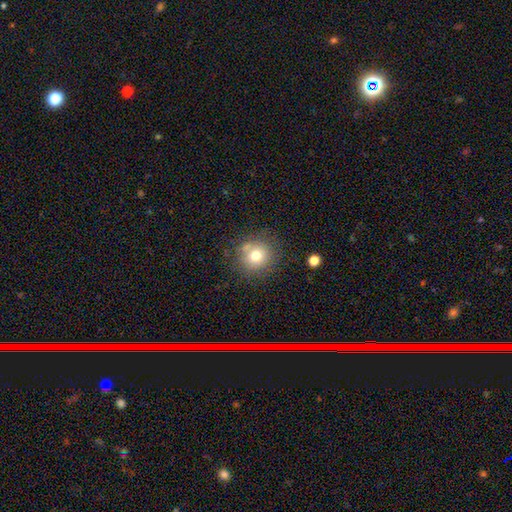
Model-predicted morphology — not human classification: Smooth or featured?
  - smooth: 75% *
  - star or artifact: 13%
  - featured or disk: 13%
How rounded?
  - round: 89% *
  - in between: 10%
  - cigar-shaped: 1%
Merging?
  - none: 76% *
  - minor disturbance: 13%
  - merger: 7%
  - major disturbance: 4%